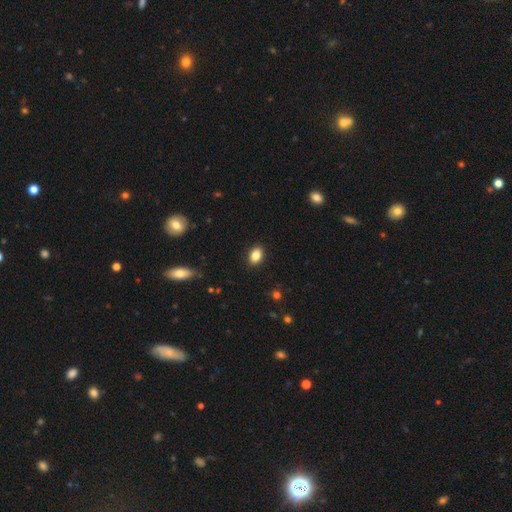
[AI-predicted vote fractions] Morphology: type=smooth (85%); roundness=in between (84%); merging=none (89%).